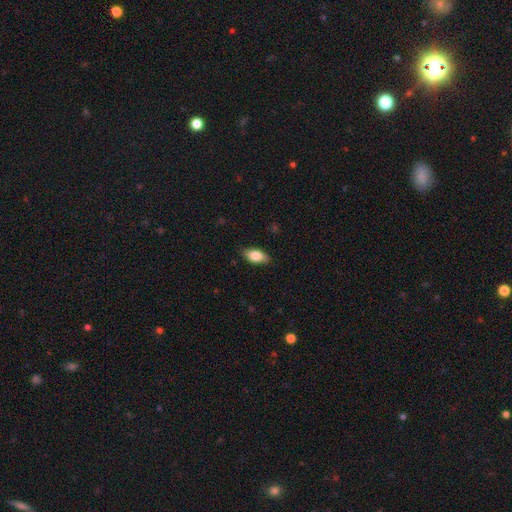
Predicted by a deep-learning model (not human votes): This is clearly a smooth galaxy (82%). How rounded: clearly in between (89%). Merging: clearly none (84%).